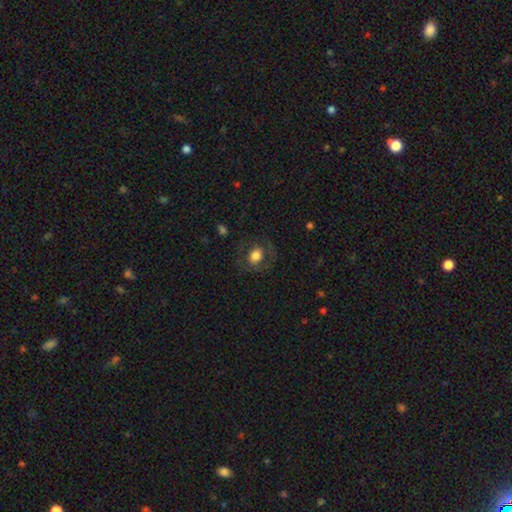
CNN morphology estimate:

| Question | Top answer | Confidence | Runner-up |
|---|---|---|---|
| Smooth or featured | smooth | 65% | featured or disk (25%) |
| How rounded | round | 65% | in between (34%) |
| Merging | none | 75% | minor disturbance (14%) |